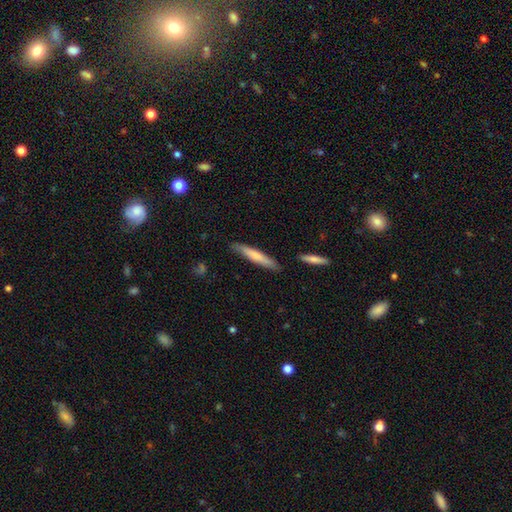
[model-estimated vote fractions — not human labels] Overall: smooth (69%). How rounded: cigar-shaped (92%). Merging: none (83%).